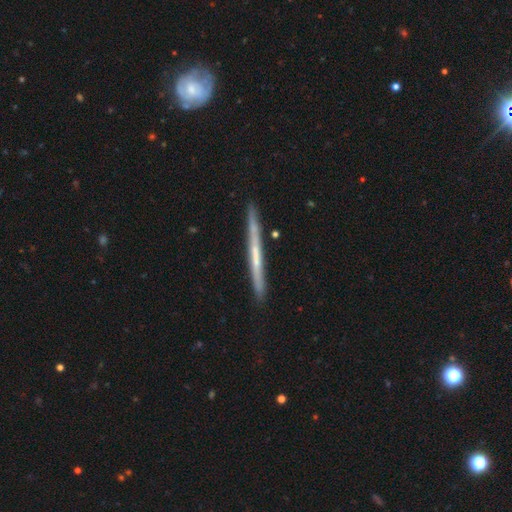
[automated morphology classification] smooth-or-featured: featured or disk: 57% | smooth: 38% | star or artifact: 6%
  disk-edge-on: yes: 97% | no: 3%
    edge-on-bulge: none: 84% | rounded: 12% | boxy: 4%
  merging: none: 89% | minor disturbance: 8% | merger: 2% | major disturbance: 1%